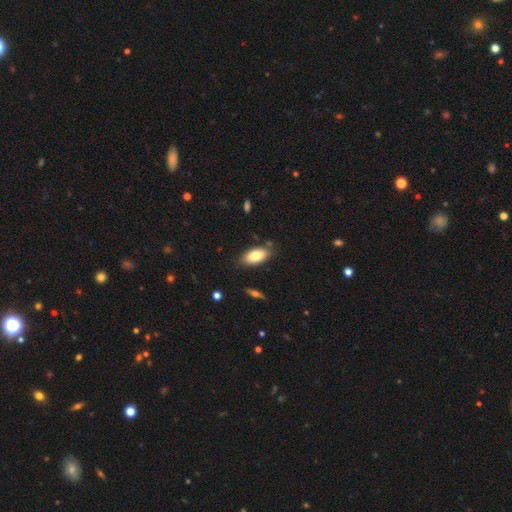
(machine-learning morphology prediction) The model was most divided on "merging": none: 81%, minor disturbance: 14%, merger: 3%, major disturbance: 3%. More confident: how rounded — in between (91%); smooth or featured — smooth (80%).